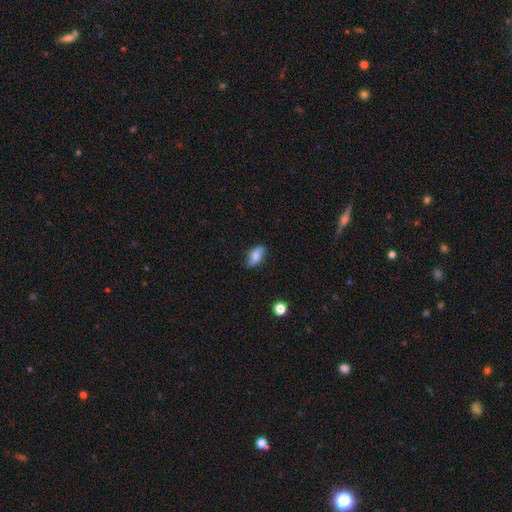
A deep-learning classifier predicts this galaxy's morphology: A smooth galaxy with no disk features (74%) that is in between round and cigar-shaped (87%). Merging: none (77%).